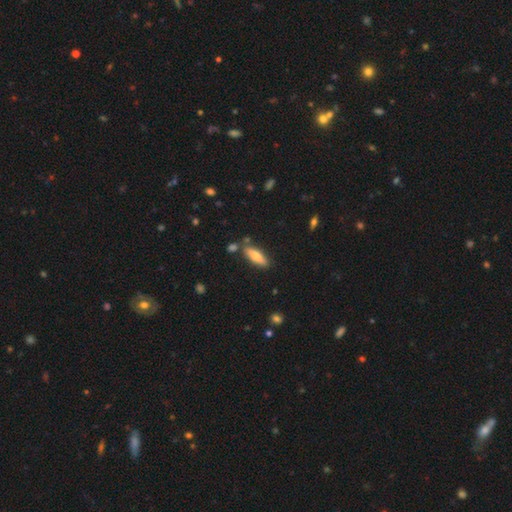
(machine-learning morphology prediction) Smooth or featured? Predicted: smooth (p=0.76). How rounded? Predicted: cigar-shaped (p=0.52). Merging? Predicted: none (p=0.78).